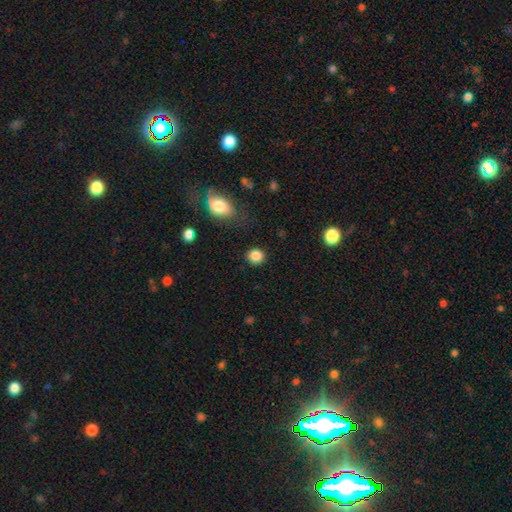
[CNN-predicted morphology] smooth 86%, star or artifact 10%, featured or disk 4%. Down the decision tree: how rounded — round (83%); merging — none (87%).